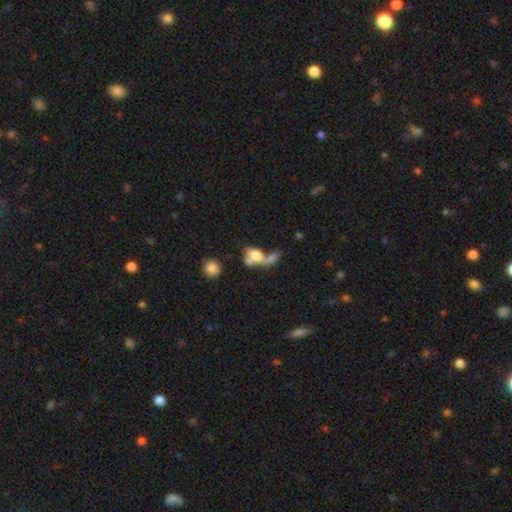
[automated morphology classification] This appears to be a smooth galaxy with no disk features (64%) that is in between round and cigar-shaped (79%). Merging: merger (57%).